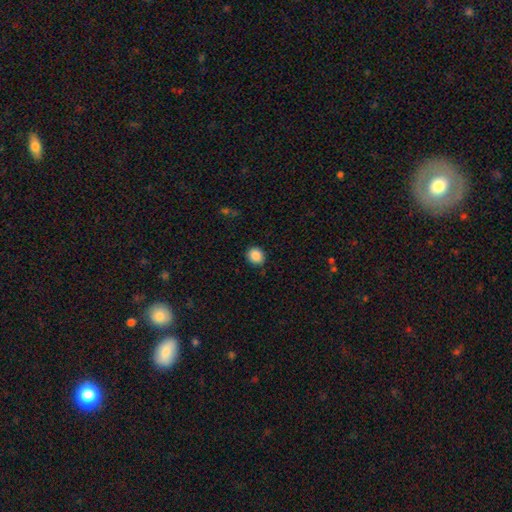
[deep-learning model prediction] smooth_or_featured: smooth (p=0.88) [alt: star or artifact p=0.09]
how_rounded: round (p=0.78) [alt: in between p=0.21]
merging: none (p=0.86) [alt: minor disturbance p=0.10]